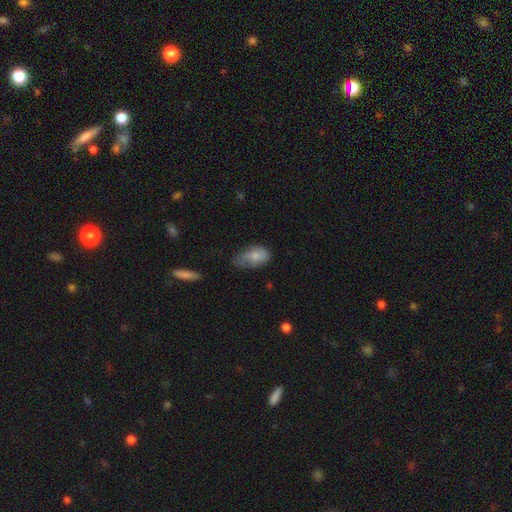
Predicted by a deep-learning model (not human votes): Morphology: type=smooth (75%); roundness=in between (90%); merging=minor disturbance (42%).